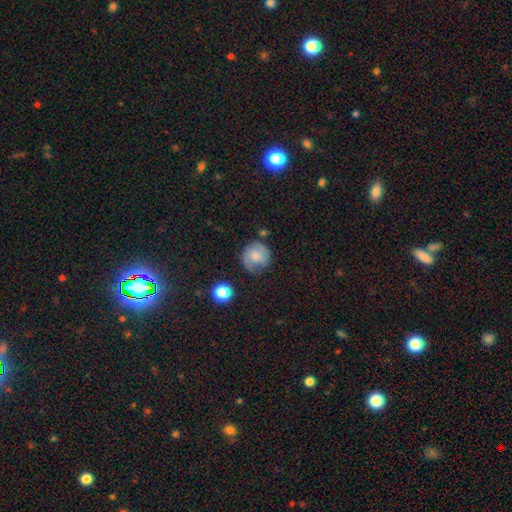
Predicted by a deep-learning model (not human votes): Smooth or featured?
  - smooth: 55% *
  - featured or disk: 37%
  - star or artifact: 8%
How rounded?
  - round: 88% *
  - in between: 11%
  - cigar-shaped: 1%
Merging?
  - none: 62% *
  - minor disturbance: 25%
  - major disturbance: 9%
  - merger: 4%